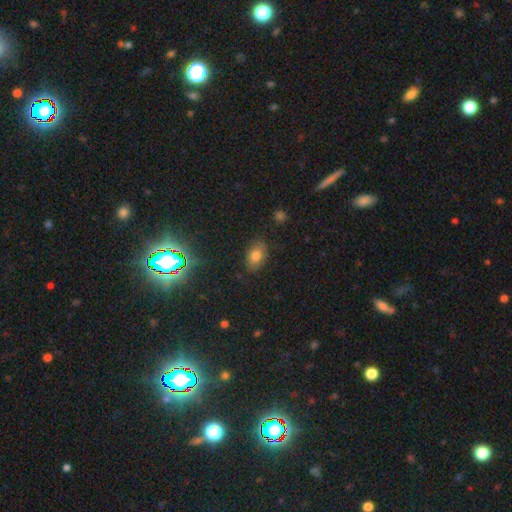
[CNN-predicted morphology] type=smooth (74%); roundness=in between (84%); merging=none (82%).